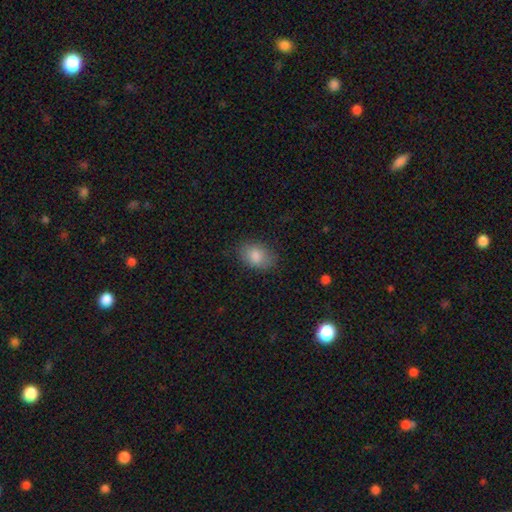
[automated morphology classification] Smooth or featured?
  - smooth: 84% *
  - star or artifact: 9%
  - featured or disk: 8%
How rounded?
  - in between: 81% *
  - round: 18%
  - cigar-shaped: 1%
Merging?
  - none: 82% *
  - minor disturbance: 14%
  - major disturbance: 3%
  - merger: 1%